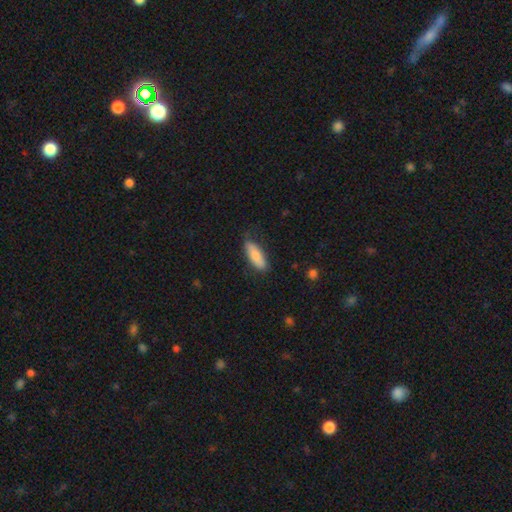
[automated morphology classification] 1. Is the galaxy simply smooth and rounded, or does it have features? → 81% smooth, 13% featured or disk, 6% star or artifact.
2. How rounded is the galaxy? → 58% in between, 40% cigar-shaped, 2% round.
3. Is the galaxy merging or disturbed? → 78% none, 17% minor disturbance, 3% major disturbance, 1% merger.